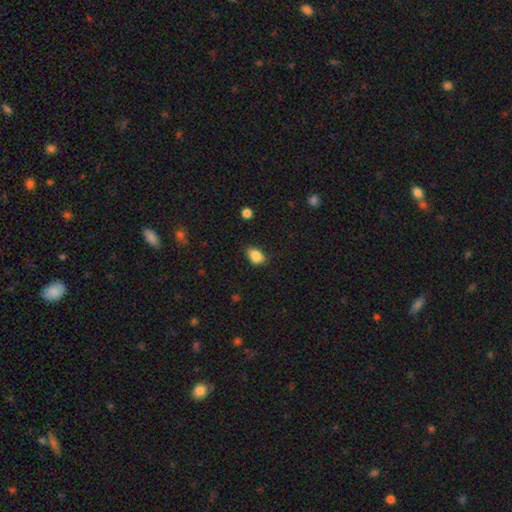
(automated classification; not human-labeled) This appears to be a smooth galaxy with no disk features (86%) that is in between round and cigar-shaped (80%). Merging: none (67%).